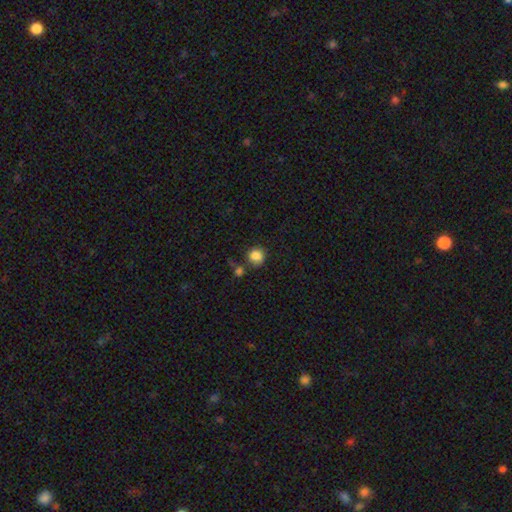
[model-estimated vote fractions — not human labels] Smooth or featured? Predicted: smooth (p=0.85). How rounded? Predicted: round (p=0.84). Merging? Predicted: none (p=0.66).